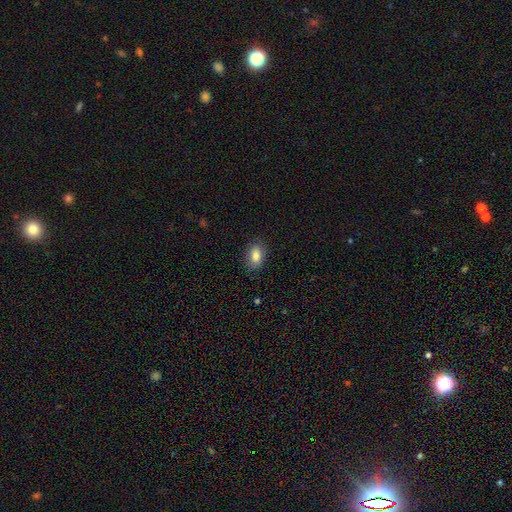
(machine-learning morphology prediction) This appears to be a smooth galaxy with no disk features (86%) that is in between round and cigar-shaped (89%). Merging: none (86%).